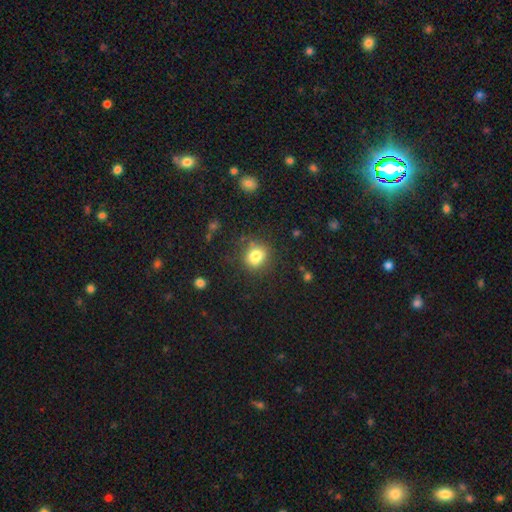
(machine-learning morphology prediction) Smooth or featured? smooth (79%)
How rounded? round (73%)
Merging? none (79%)